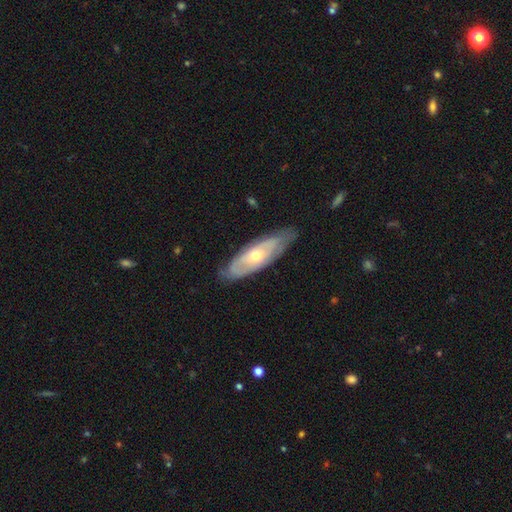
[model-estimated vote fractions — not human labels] Smooth or featured?
  - featured or disk: 65% *
  - smooth: 30%
  - star or artifact: 6%
Edge-on disk?
  - no: 74% *
  - yes: 26%
Merging?
  - none: 75% *
  - minor disturbance: 20%
  - major disturbance: 4%
  - merger: 1%